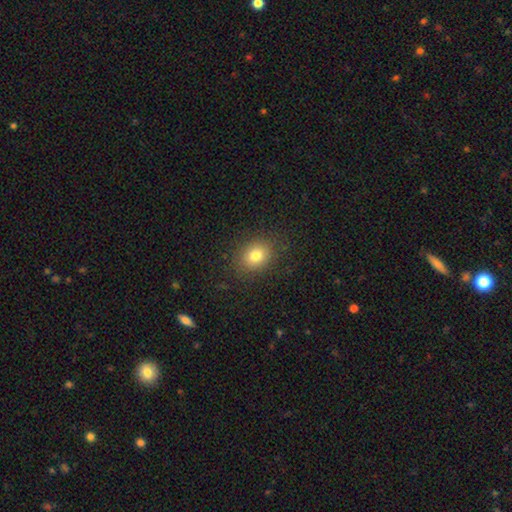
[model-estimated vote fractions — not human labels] The model was most divided on "how rounded": round: 54%, in between: 45%, cigar-shaped: 1%. More confident: merging — none (86%); smooth or featured — smooth (79%).